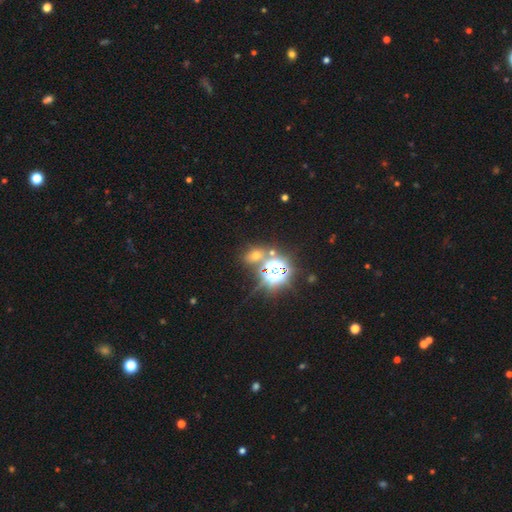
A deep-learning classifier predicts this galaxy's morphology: type=star or artifact (48%).